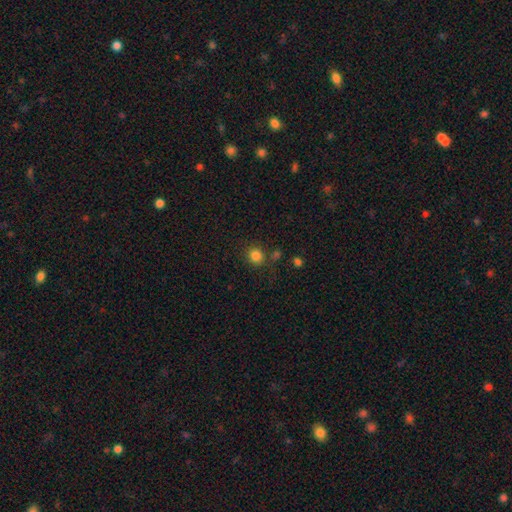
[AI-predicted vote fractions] This is clearly a smooth galaxy (83%). How rounded: clearly round (83%). Merging: likely none (79%).